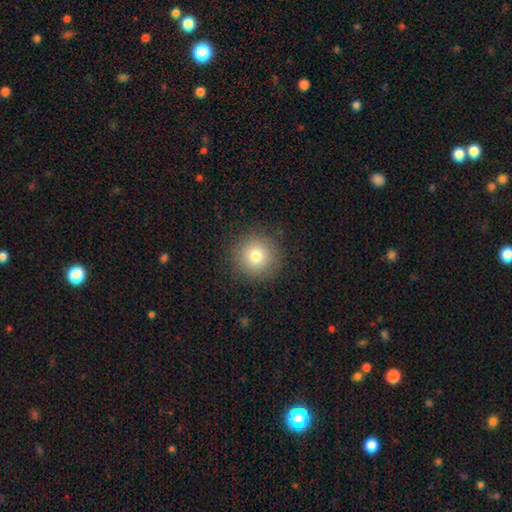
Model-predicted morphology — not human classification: smooth-or-featured: smooth: 77% | star or artifact: 12% | featured or disk: 10%
  how-rounded: round: 95% | in between: 4% | cigar-shaped: 1%
  merging: none: 89% | minor disturbance: 7% | major disturbance: 3% | merger: 1%